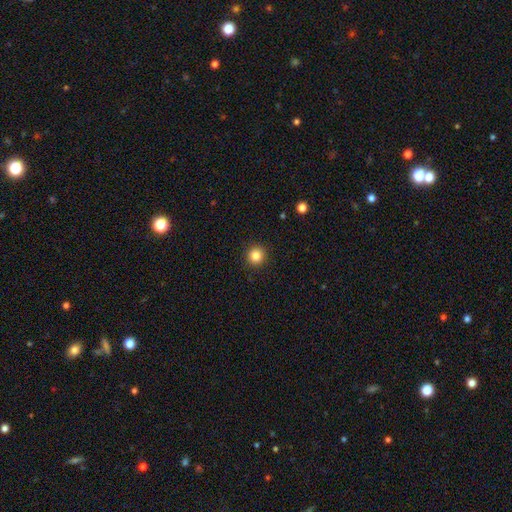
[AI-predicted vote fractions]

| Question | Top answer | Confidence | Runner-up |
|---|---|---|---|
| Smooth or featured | smooth | 85% | star or artifact (11%) |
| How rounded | round | 94% | in between (5%) |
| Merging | none | 93% | minor disturbance (5%) |